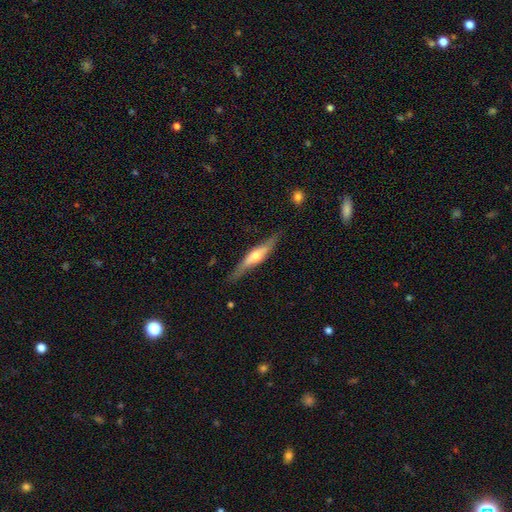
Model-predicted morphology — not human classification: Smooth or featured?
  - featured or disk: 61% *
  - smooth: 34%
  - star or artifact: 5%
Edge-on disk?
  - yes: 91% *
  - no: 9%
Edge-on bulge?
  - rounded: 84% *
  - boxy: 9%
  - none: 7%
Merging?
  - none: 80% *
  - minor disturbance: 15%
  - major disturbance: 3%
  - merger: 2%